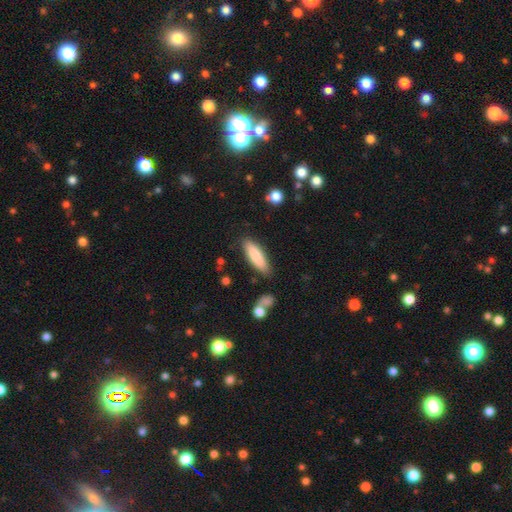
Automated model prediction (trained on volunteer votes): Smooth or featured? Predicted: smooth (p=0.84). How rounded? Predicted: cigar-shaped (p=0.56). Merging? Predicted: none (p=0.83).